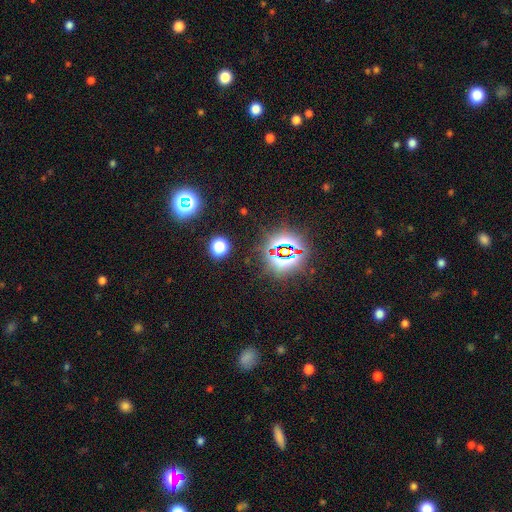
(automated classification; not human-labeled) star or artifact 81%, smooth 12%, featured or disk 7%.